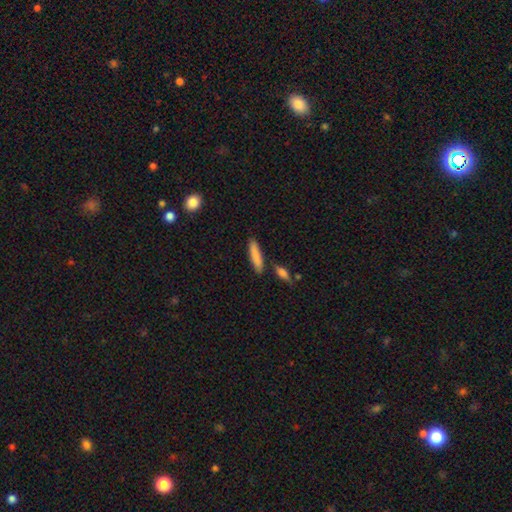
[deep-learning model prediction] smooth_or_featured: smooth (p=0.84) [alt: featured or disk p=0.10]
how_rounded: cigar-shaped (p=0.79) [alt: in between p=0.19]
merging: none (p=0.79) [alt: minor disturbance p=0.11]